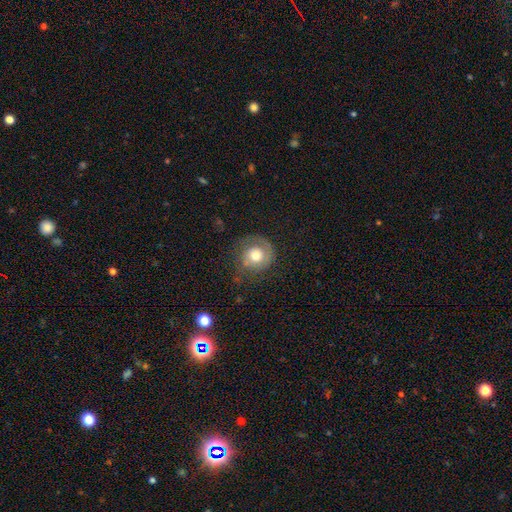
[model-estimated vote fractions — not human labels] smooth 49%, featured or disk 43%, star or artifact 8%. Down the decision tree: merging — none (59%).